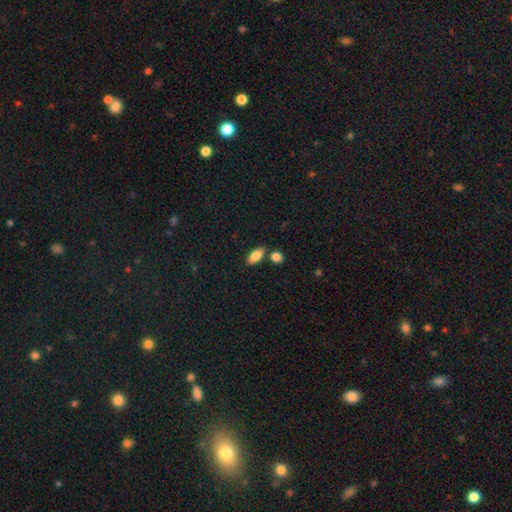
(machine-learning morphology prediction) Overall: smooth (84%). How rounded: in between (88%). Merging: none (75%).